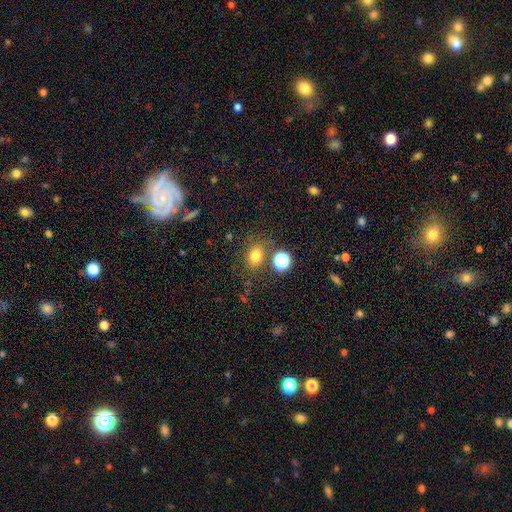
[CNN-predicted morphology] type=smooth (74%); roundness=in between (53%); merging=none (71%).